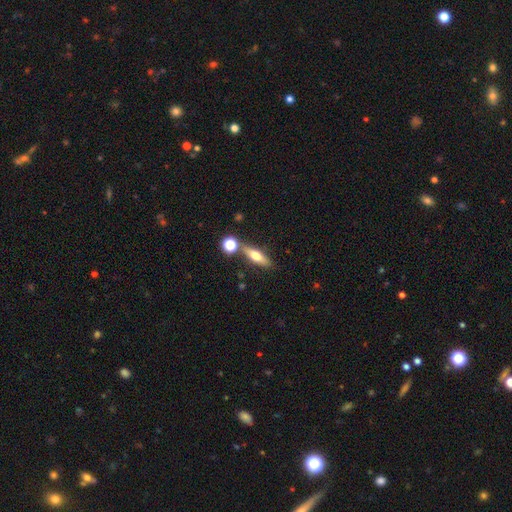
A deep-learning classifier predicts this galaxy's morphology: This is possibly a smooth galaxy (52%). How rounded: possibly cigar-shaped (54%). Merging: likely none (70%).